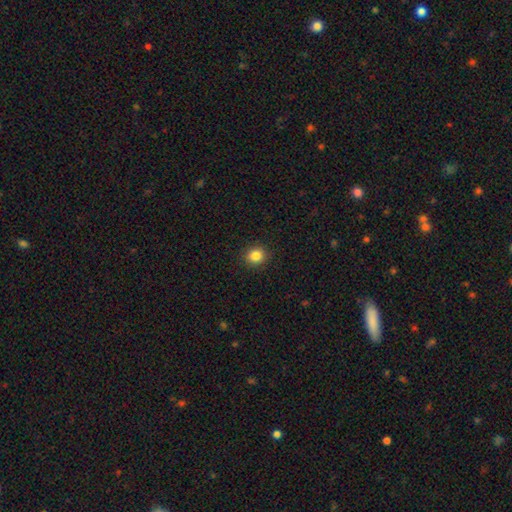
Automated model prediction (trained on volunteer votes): smooth-or-featured: smooth: 85% | star or artifact: 11% | featured or disk: 4%
  how-rounded: round: 85% | in between: 14% | cigar-shaped: 1%
  merging: none: 91% | minor disturbance: 6% | major disturbance: 2% | merger: 1%